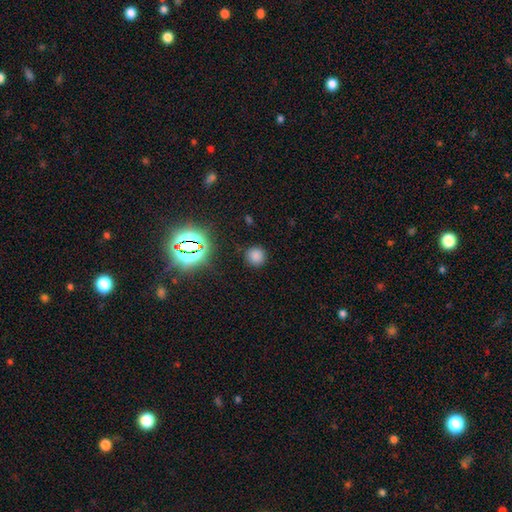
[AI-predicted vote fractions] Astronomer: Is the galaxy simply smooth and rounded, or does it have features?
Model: smooth — 75%.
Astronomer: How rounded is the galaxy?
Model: round — 93%.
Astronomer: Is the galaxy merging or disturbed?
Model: none — 88%.